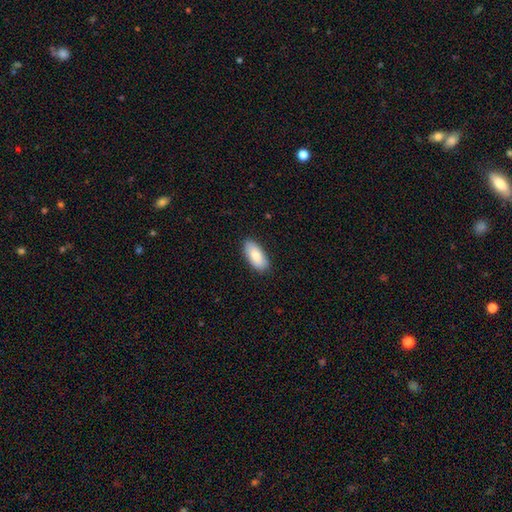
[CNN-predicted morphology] Smooth or featured?
  - smooth: 84% *
  - featured or disk: 11%
  - star or artifact: 6%
How rounded?
  - in between: 90% *
  - cigar-shaped: 8%
  - round: 2%
Merging?
  - none: 87% *
  - minor disturbance: 10%
  - major disturbance: 2%
  - merger: 1%